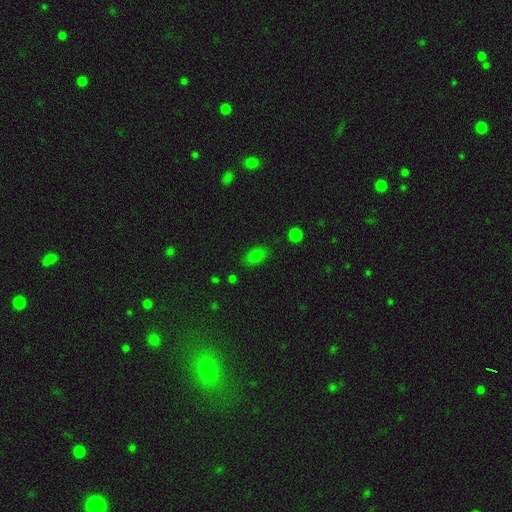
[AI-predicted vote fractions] Morphology: type=smooth (78%); roundness=in between (87%); merging=none (80%).